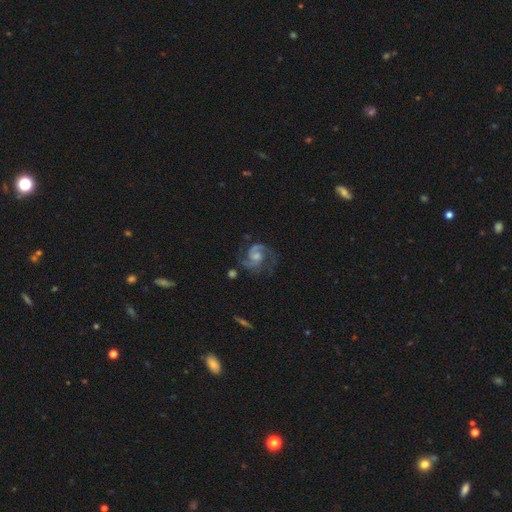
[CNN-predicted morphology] Smooth or featured? Predicted: featured or disk (p=0.89). Edge-on disk? Predicted: no (p=0.98). Bar? Predicted: no (p=0.57). Spiral arms? Predicted: yes (p=0.97). Spiral winding? Predicted: medium (p=0.57). Spiral arm count? Predicted: 2 (p=0.85). Bulge size? Predicted: moderate (p=0.39). Merging? Predicted: none (p=0.64).